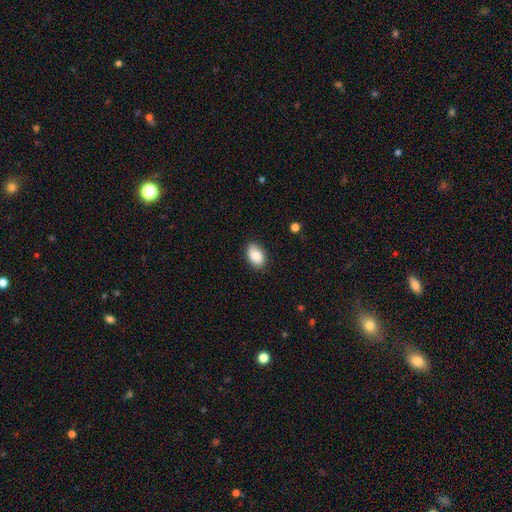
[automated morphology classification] Smooth or featured: smooth — 85% (featured or disk — 8%)
How rounded: in between — 90% (round — 9%)
Merging: none — 80% (minor disturbance — 16%)